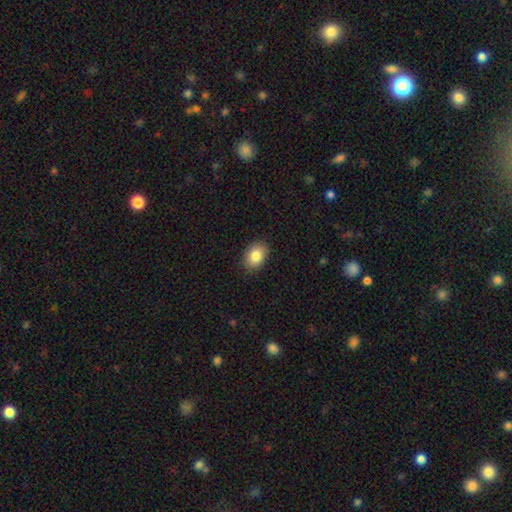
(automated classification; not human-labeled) smooth 85%, star or artifact 8%, featured or disk 8%. Down the decision tree: how rounded — in between (73%); merging — none (88%).